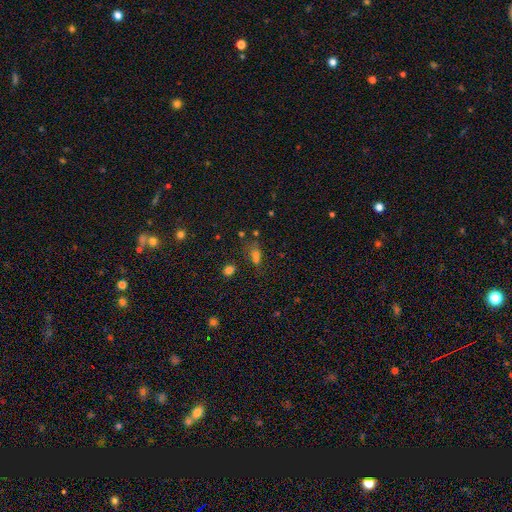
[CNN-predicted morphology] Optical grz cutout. It shows a smooth galaxy with no disk features (60%) that is in between round and cigar-shaped (65%). Merging: none (43%).